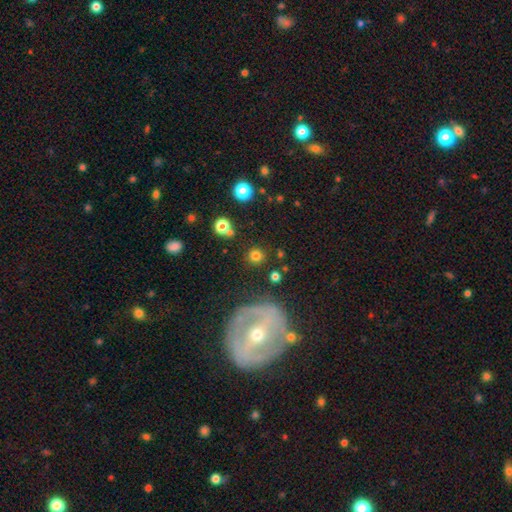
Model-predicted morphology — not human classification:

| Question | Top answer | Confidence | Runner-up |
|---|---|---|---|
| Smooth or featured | smooth | 77% | star or artifact (14%) |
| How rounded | round | 91% | in between (7%) |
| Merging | none | 85% | minor disturbance (7%) |